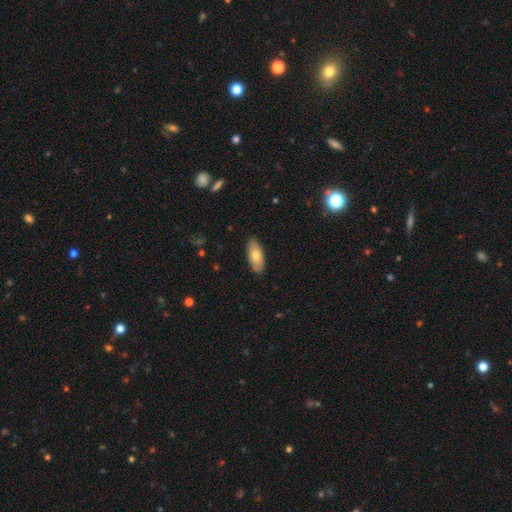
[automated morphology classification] This appears to be a smooth galaxy with no disk features (76%) that is in between round and cigar-shaped (87%). Merging: none (87%).